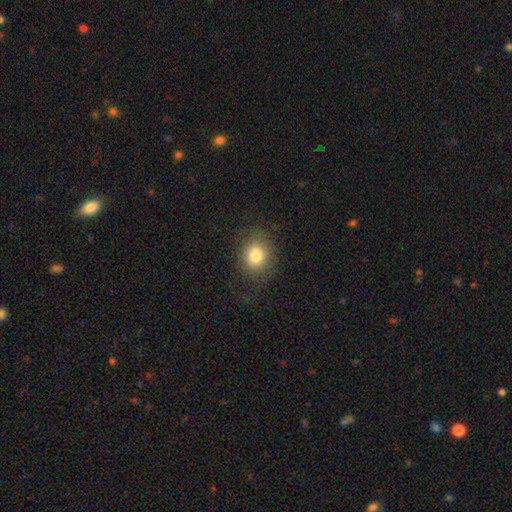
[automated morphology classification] Smooth or featured?
  - smooth: 81% *
  - star or artifact: 11%
  - featured or disk: 9%
How rounded?
  - round: 66% *
  - in between: 33%
  - cigar-shaped: 1%
Merging?
  - none: 79% *
  - minor disturbance: 13%
  - major disturbance: 7%
  - merger: 1%